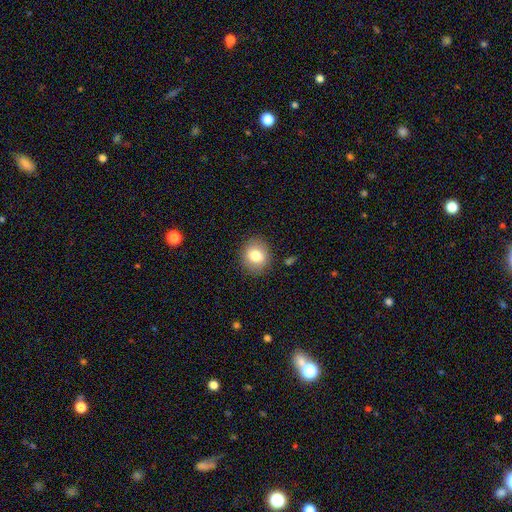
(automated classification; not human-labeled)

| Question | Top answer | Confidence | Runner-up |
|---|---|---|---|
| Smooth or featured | smooth | 79% | featured or disk (12%) |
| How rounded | round | 73% | in between (26%) |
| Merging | none | 87% | minor disturbance (9%) |